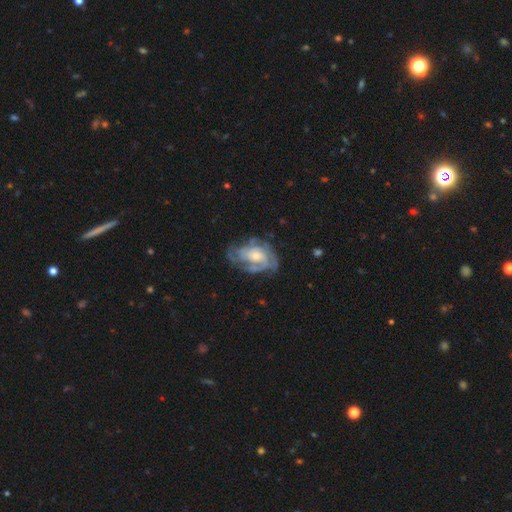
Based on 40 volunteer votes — This appears to be a featured or disk galaxy (90%) with no bar (83%), 2 (31%, tied with 3) tight (67%) spiral arms (100%) and a moderate central bulge (53%). Merging: none (54%).